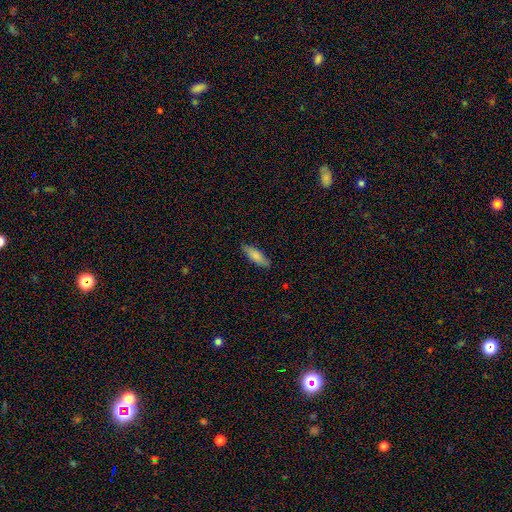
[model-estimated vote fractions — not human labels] This appears to be a smooth galaxy with no disk features (81%) that is in between round and cigar-shaped (49%, tied with cigar-shaped). Merging: none (85%).